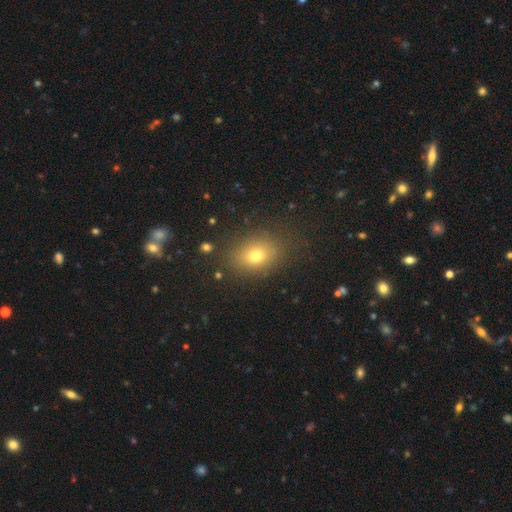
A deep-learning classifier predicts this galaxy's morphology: Q: Smooth or featured?
A: smooth (72%); runner-up: star or artifact (17%)
Q: How rounded?
A: in between (62%); runner-up: round (37%)
Q: Merging?
A: none (83%); runner-up: minor disturbance (11%)